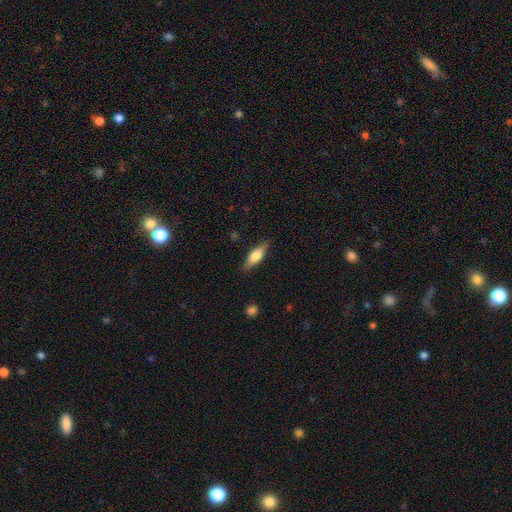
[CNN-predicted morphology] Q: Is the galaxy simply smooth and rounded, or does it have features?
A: smooth — 59%.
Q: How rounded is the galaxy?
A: in between — 54%.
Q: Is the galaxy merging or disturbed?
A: none — 85%.